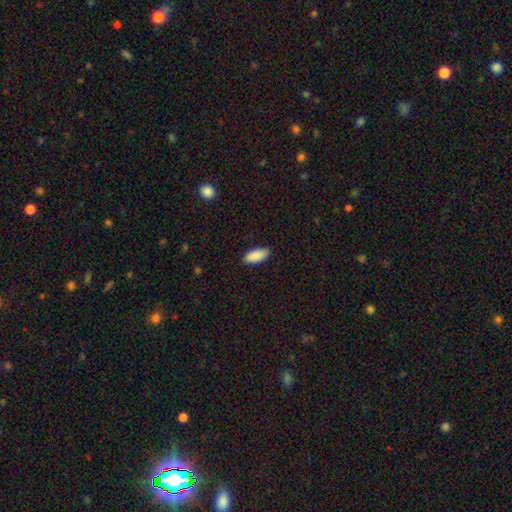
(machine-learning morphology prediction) smooth 91%, star or artifact 6%, featured or disk 3%. Down the decision tree: how rounded — in between (87%); merging — none (88%).